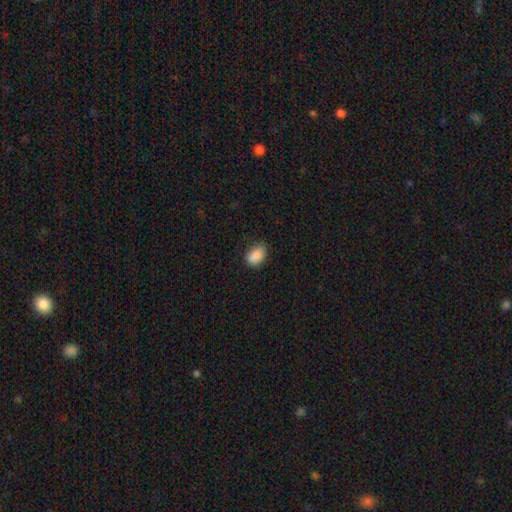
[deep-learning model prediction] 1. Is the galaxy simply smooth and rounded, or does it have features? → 88% smooth, 8% star or artifact, 4% featured or disk.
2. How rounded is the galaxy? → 84% in between, 14% round, 1% cigar-shaped.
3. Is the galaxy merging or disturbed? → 76% none, 20% minor disturbance, 3% major disturbance, 1% merger.